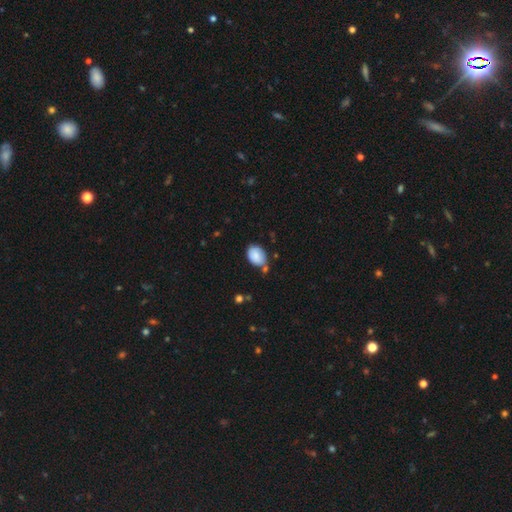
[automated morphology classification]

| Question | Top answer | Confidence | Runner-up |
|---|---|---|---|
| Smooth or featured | smooth | 85% | featured or disk (7%) |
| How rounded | in between | 76% | round (23%) |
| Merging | none | 64% | minor disturbance (22%) |